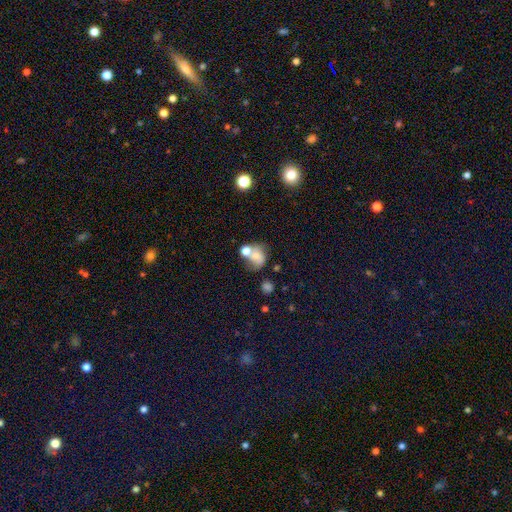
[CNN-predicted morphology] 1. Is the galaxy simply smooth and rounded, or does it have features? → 63% smooth, 25% featured or disk, 12% star or artifact.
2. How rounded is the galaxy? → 49% round (tied), 49% in between (tied), 1% cigar-shaped.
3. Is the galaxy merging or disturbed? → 43% merger, 28% none, 16% minor disturbance, 12% major disturbance.